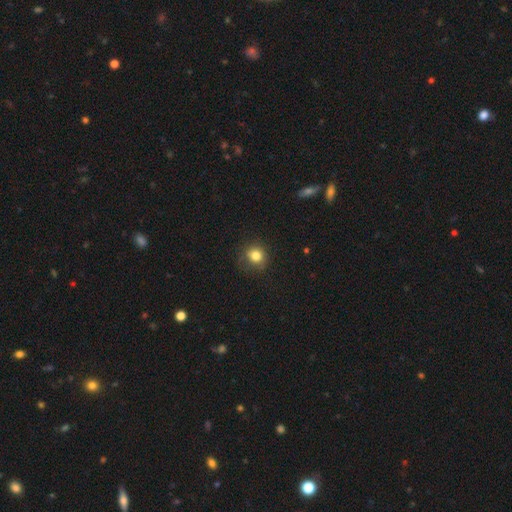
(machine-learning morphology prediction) A smooth galaxy with no disk features (81%) that is round (82%).

Vote fractions:
- Smooth or featured? smooth: 81% / star or artifact: 12% / featured or disk: 7%
- How rounded? round: 82% / in between: 17% / cigar-shaped: 1%
- Merging? none: 75% / minor disturbance: 18% / major disturbance: 6% / merger: 1%